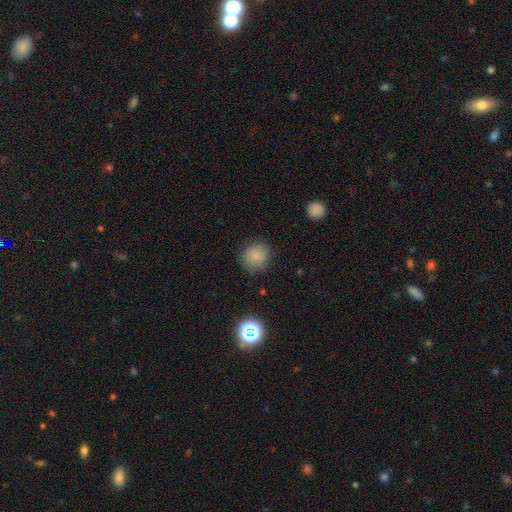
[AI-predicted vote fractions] Smooth or featured? Predicted: smooth (p=0.82). How rounded? Predicted: round (p=0.83). Merging? Predicted: none (p=0.80).